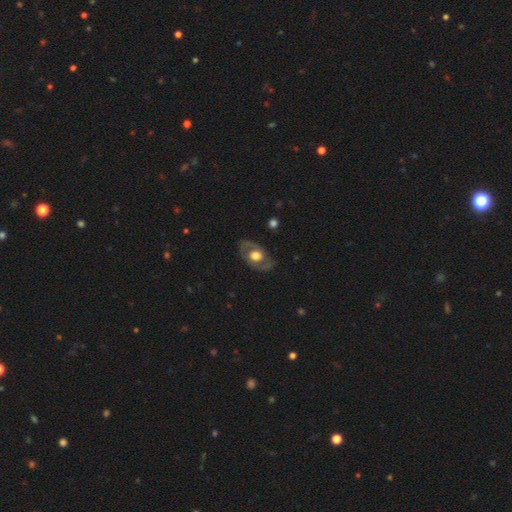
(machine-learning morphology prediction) A featured or disk galaxy (64%) with no bar (82%), no spiral arms (56%) and a large central bulge (52%). Merging: none (78%).